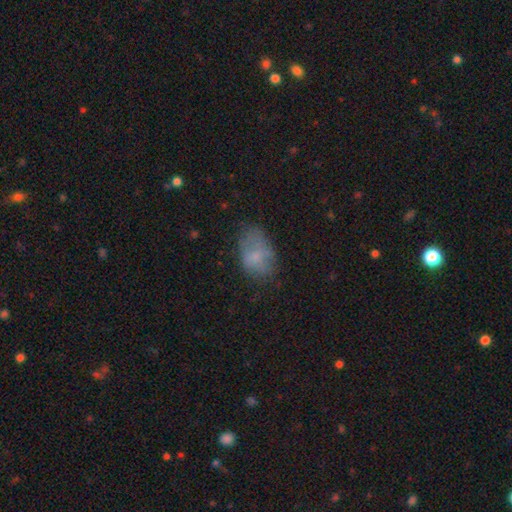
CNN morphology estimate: Smooth or featured? smooth (66%)
How rounded? in between (86%)
Merging? none (49%)